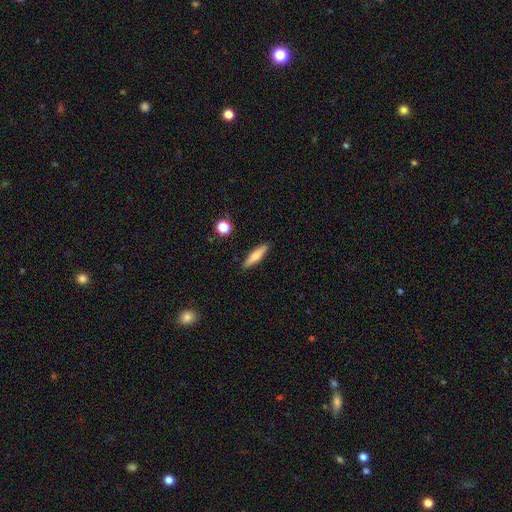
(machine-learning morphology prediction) A smooth galaxy with no disk features (63%) that is cigar-shaped (80%).

Vote fractions:
- Smooth or featured? smooth: 63% / featured or disk: 30% / star or artifact: 7%
- How rounded? cigar-shaped: 80% / in between: 18% / round: 2%
- Merging? none: 89% / minor disturbance: 8% / merger: 2% / major disturbance: 2%